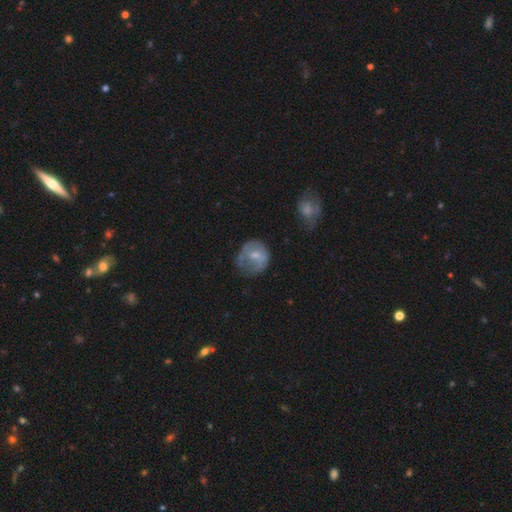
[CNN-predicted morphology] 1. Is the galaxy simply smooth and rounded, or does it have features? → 53% smooth, 38% featured or disk, 8% star or artifact.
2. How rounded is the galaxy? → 72% round, 27% in between, 1% cigar-shaped.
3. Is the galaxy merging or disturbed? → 44% none, 29% minor disturbance, 23% major disturbance, 4% merger.